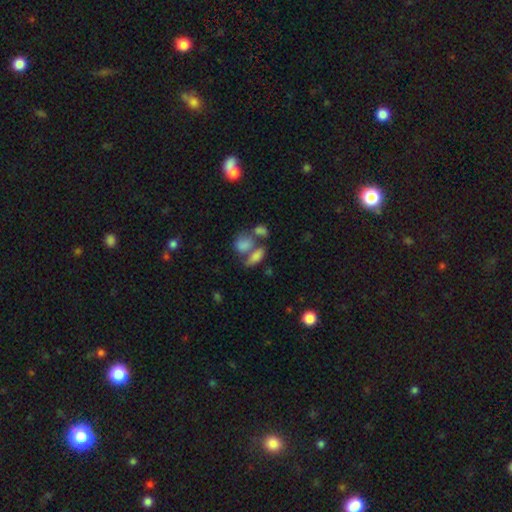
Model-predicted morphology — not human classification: smooth-or-featured: smooth: 72% | featured or disk: 17% | star or artifact: 11%
  how-rounded: in between: 74% | cigar-shaped: 14% | round: 12%
  merging: merger: 43% | none: 36% | minor disturbance: 13% | major disturbance: 8%